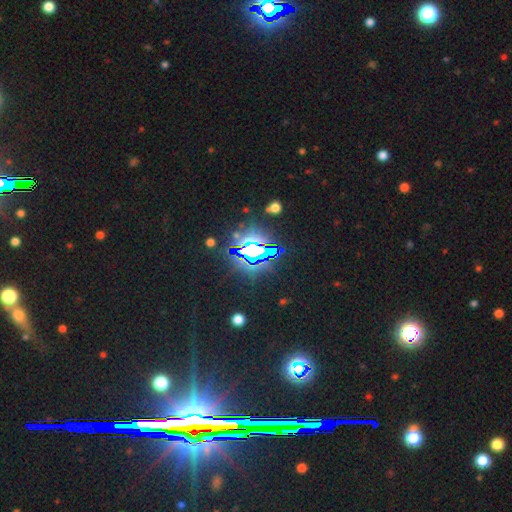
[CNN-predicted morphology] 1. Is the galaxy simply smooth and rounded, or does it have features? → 84% star or artifact, 9% smooth, 7% featured or disk.